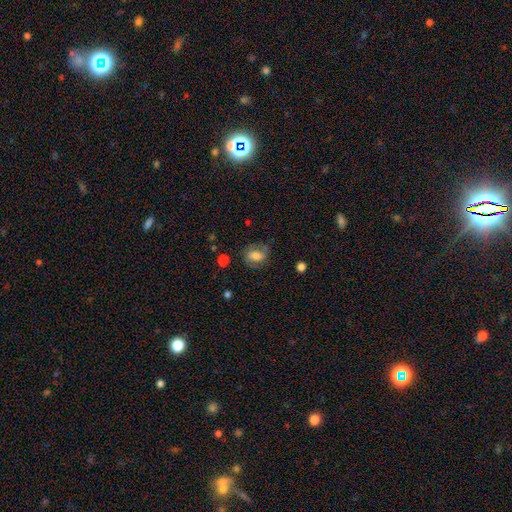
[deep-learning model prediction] This appears to be a smooth galaxy with no disk features (59%) that is in between round and cigar-shaped (59%). Merging: none (65%).